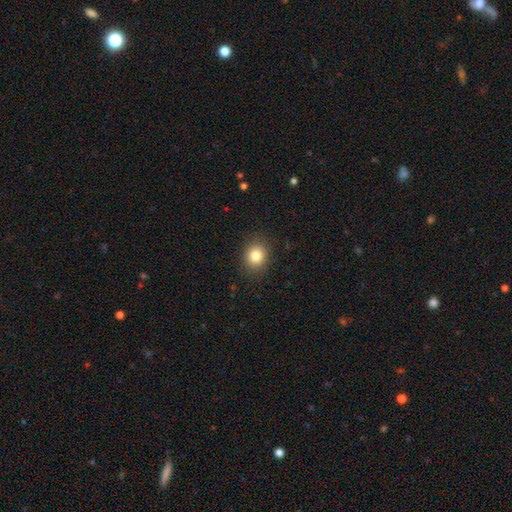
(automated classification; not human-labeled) Smooth or featured? Predicted: smooth (p=0.83). How rounded? Predicted: round (p=0.65). Merging? Predicted: none (p=0.88).